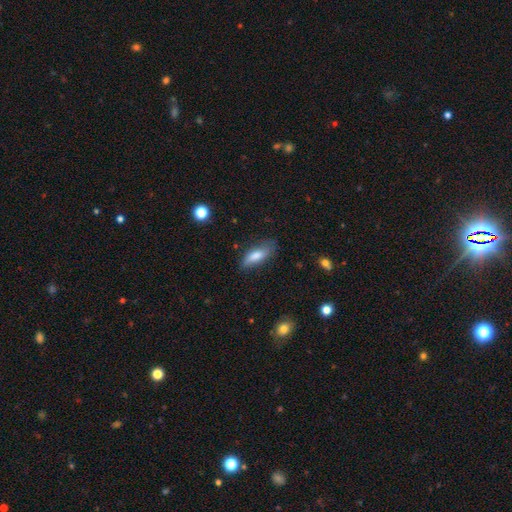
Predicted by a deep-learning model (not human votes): A smooth galaxy with no disk features (77%) that is in between round and cigar-shaped (67%).

Vote fractions:
- Smooth or featured? smooth: 77% / featured or disk: 16% / star or artifact: 7%
- How rounded? in between: 67% / cigar-shaped: 31% / round: 2%
- Merging? none: 68% / minor disturbance: 24% / major disturbance: 6% / merger: 2%